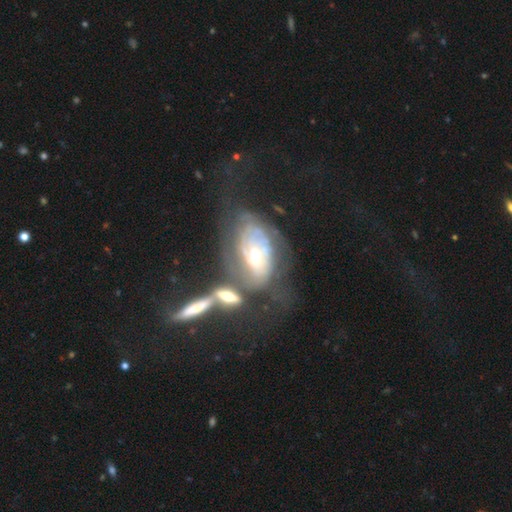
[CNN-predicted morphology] Smooth or featured? featured or disk (77%)
Edge-on disk? no (92%)
Bar? no (61%)
Spiral arms? yes (81%)
Spiral winding? tight (62%)
Spiral arm count? can't tell (56%)
Bulge size? moderate (57%)
Merging? merger (31%)